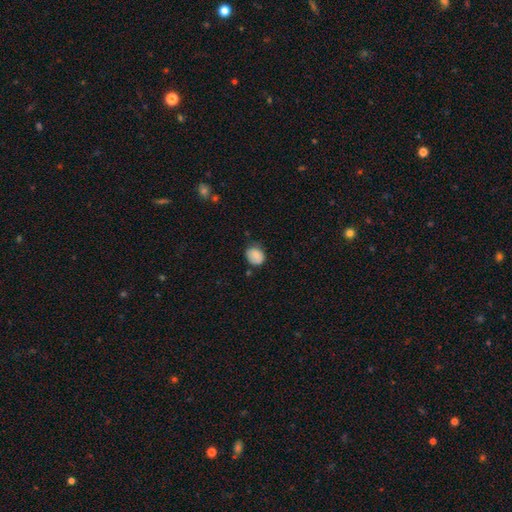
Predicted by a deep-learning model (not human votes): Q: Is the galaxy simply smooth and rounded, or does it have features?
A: smooth — 82%.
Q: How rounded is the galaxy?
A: round — 60%.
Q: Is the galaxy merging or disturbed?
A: none — 64%.